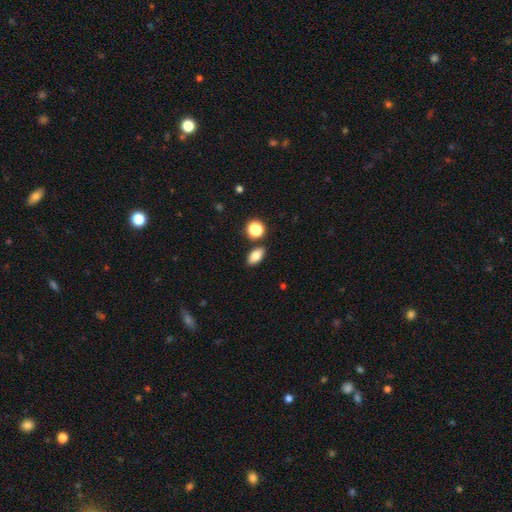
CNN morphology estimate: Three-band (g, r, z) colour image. It shows a smooth galaxy with no disk features (80%) that is in between round and cigar-shaped (87%). Merging: none (83%).